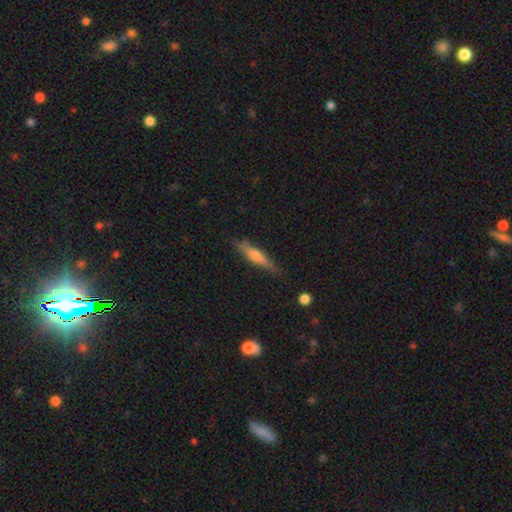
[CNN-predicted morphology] smooth 48%, featured or disk 46%, star or artifact 7%. Down the decision tree: merging — none (83%).